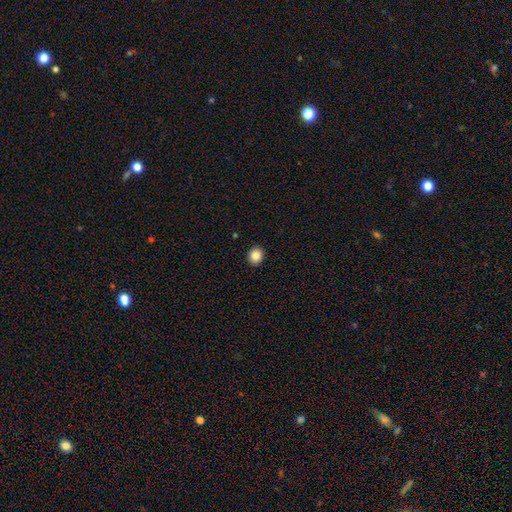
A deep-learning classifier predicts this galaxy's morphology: smooth 86%, star or artifact 10%, featured or disk 4%. Down the decision tree: how rounded — round (81%); merging — none (92%).